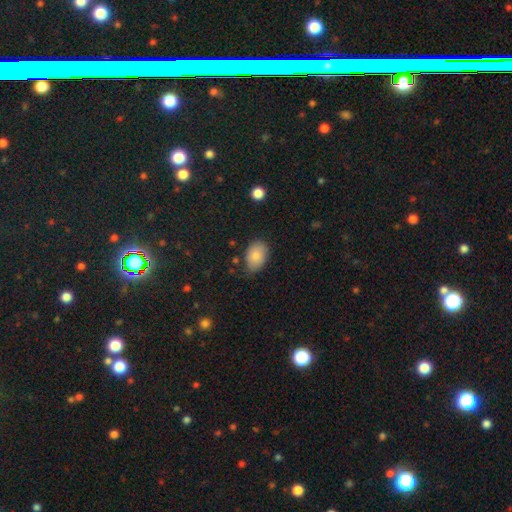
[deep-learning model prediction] Smooth or featured?
  - smooth: 83% *
  - featured or disk: 9%
  - star or artifact: 8%
How rounded?
  - in between: 85% *
  - round: 14%
  - cigar-shaped: 1%
Merging?
  - none: 73% *
  - minor disturbance: 21%
  - major disturbance: 4%
  - merger: 2%